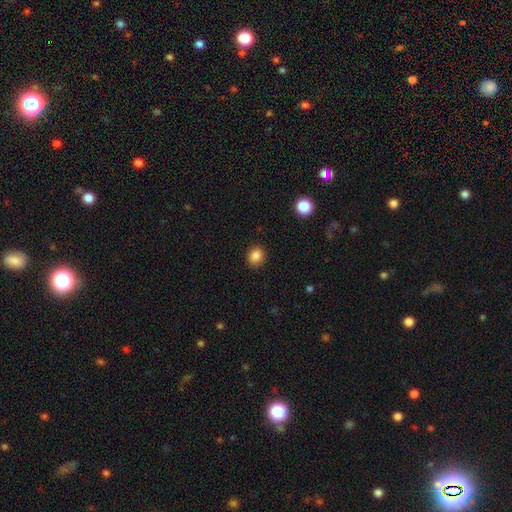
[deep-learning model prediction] The model was most divided on "how rounded": round: 68%, in between: 31%, cigar-shaped: 1%. More confident: merging — none (89%); smooth or featured — smooth (86%).